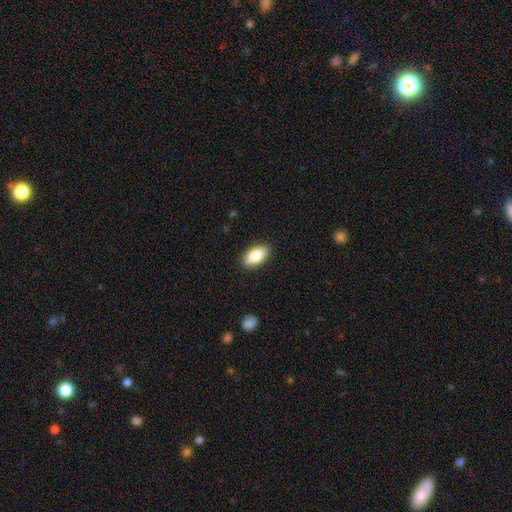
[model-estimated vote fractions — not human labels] Q: Smooth or featured?
A: smooth (84%); runner-up: featured or disk (10%)
Q: How rounded?
A: in between (92%); runner-up: cigar-shaped (5%)
Q: Merging?
A: none (89%); runner-up: minor disturbance (8%)